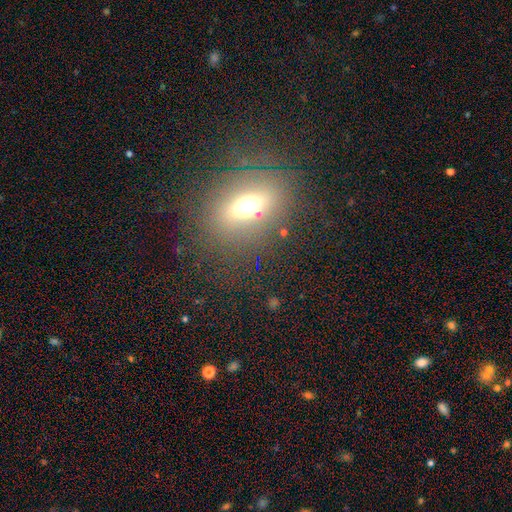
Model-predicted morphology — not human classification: smooth-or-featured: smooth: 47% | featured or disk: 29% | star or artifact: 24%
  merging: none: 85% | minor disturbance: 9% | major disturbance: 5% | merger: 2%